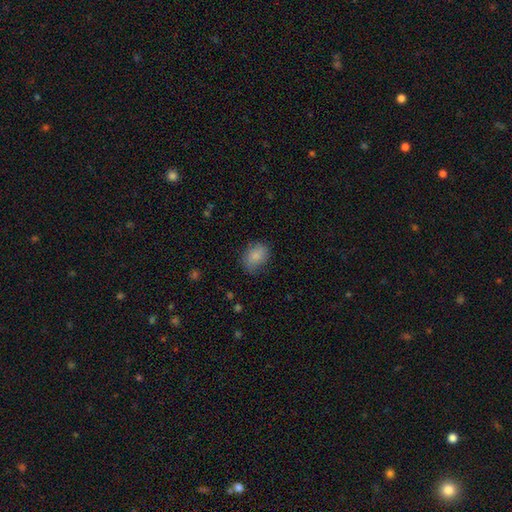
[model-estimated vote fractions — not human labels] Smooth or featured: smooth — 85% (star or artifact — 8%)
How rounded: in between — 68% (round — 31%)
Merging: none — 74% (minor disturbance — 20%)